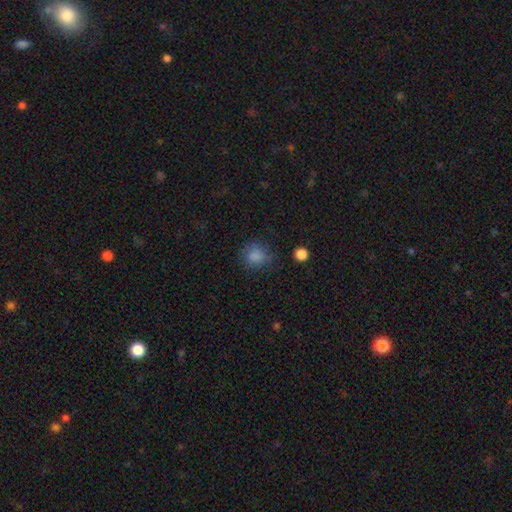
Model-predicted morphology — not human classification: The model was most divided on "merging": none: 71%, minor disturbance: 19%, major disturbance: 8%, merger: 2%. More confident: smooth or featured — smooth (82%); how rounded — round (81%).